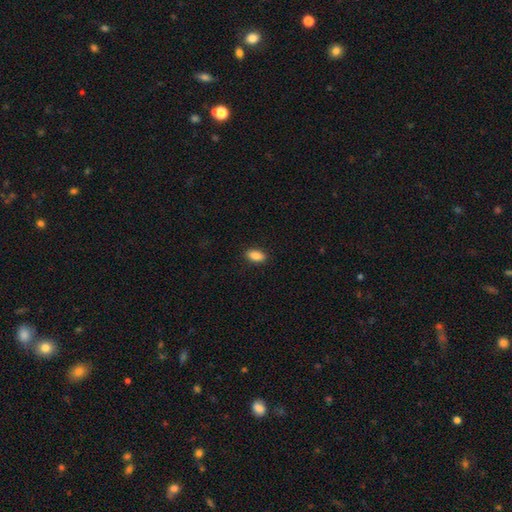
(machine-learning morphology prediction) A smooth galaxy with no disk features (88%) that is in between round and cigar-shaped (90%).

Vote fractions:
- Smooth or featured? smooth: 88% / star or artifact: 8% / featured or disk: 5%
- How rounded? in between: 90% / cigar-shaped: 6% / round: 4%
- Merging? none: 89% / minor disturbance: 8% / major disturbance: 2% / merger: 1%